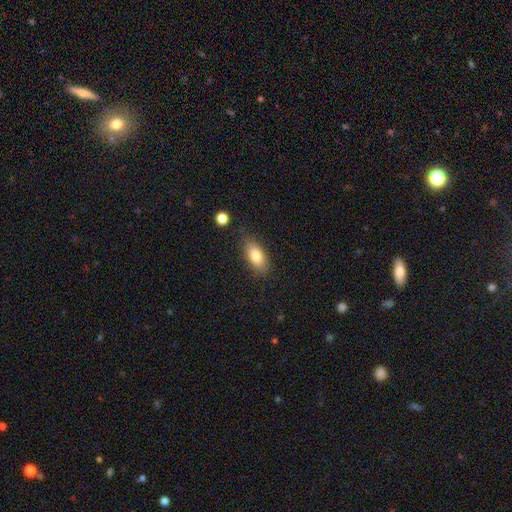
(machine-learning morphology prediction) A smooth galaxy with no disk features (81%) that is in between round and cigar-shaped (87%). Merging: none (82%).